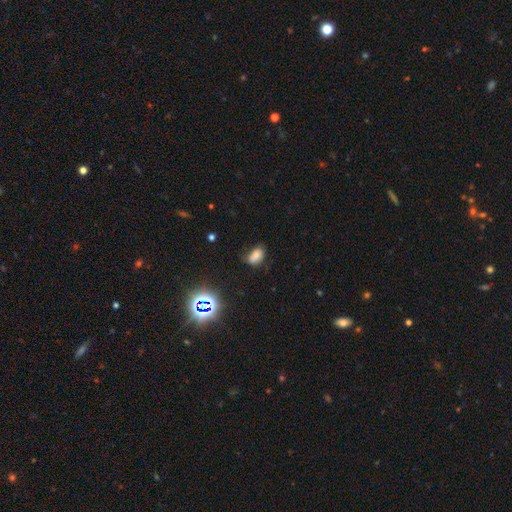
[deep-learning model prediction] Q: Smooth or featured?
A: smooth (69%); runner-up: star or artifact (19%)
Q: How rounded?
A: in between (85%); runner-up: round (13%)
Q: Merging?
A: none (56%); runner-up: minor disturbance (29%)